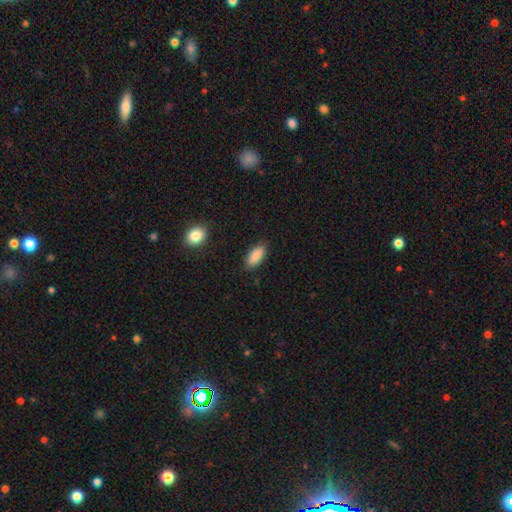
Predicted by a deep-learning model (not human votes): This is clearly a smooth galaxy (89%). How rounded: clearly in between (89%). Merging: clearly none (85%).